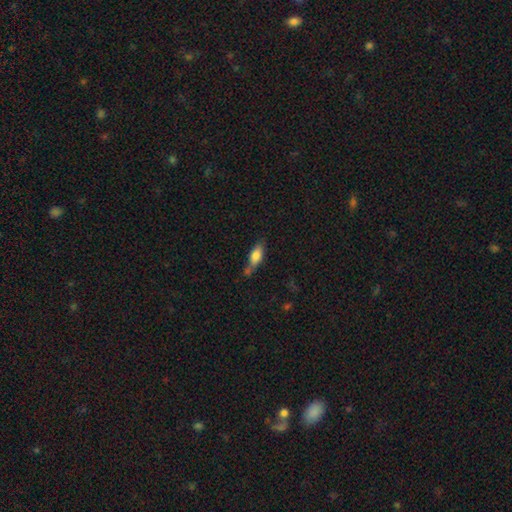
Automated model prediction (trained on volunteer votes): Smooth or featured? Predicted: smooth (p=0.75). How rounded? Predicted: in between (p=0.71). Merging? Predicted: none (p=0.49).